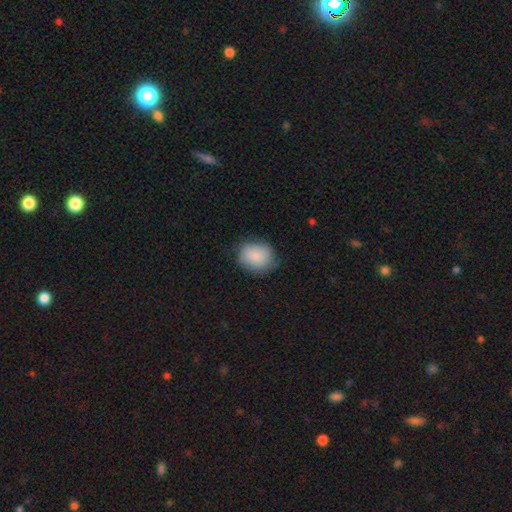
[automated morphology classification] smooth 86%, featured or disk 7%, star or artifact 7%. Down the decision tree: how rounded — round (61%); merging — none (73%).